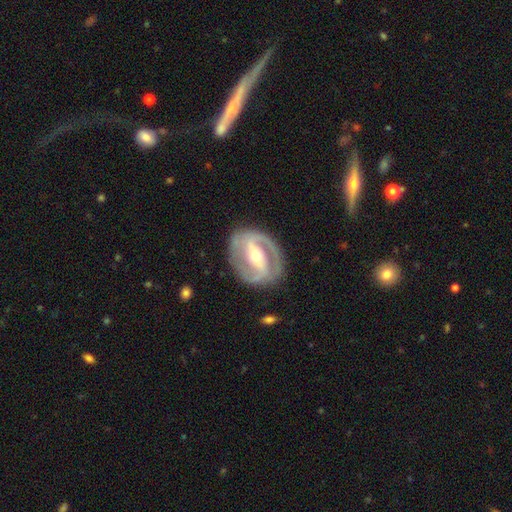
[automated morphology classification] This appears to be a featured or disk galaxy (87%) with a strong bar (65%), 2 (87%) tight (43%, tied with medium) spiral arms (90%) and a moderate central bulge (59%). Merging: none (82%).